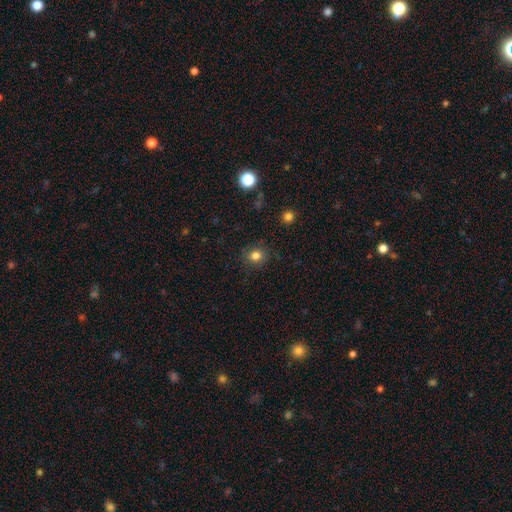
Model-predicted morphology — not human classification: A smooth galaxy with no disk features (81%) that is round (81%). Merging: none (86%).